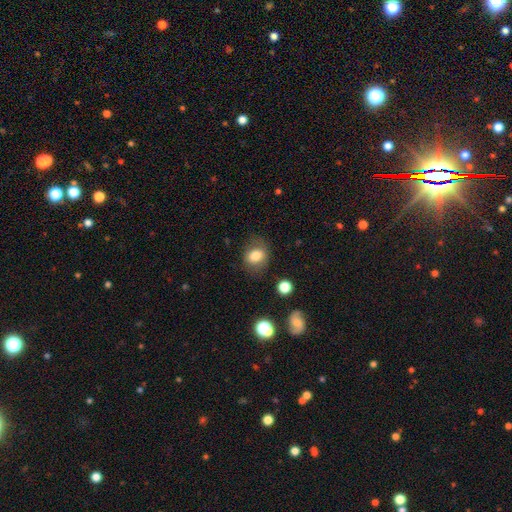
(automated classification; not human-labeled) Smooth or featured?
  - smooth: 79% *
  - featured or disk: 11%
  - star or artifact: 10%
How rounded?
  - round: 51% *
  - in between: 48%
  - cigar-shaped: 1%
Merging?
  - none: 74% *
  - minor disturbance: 17%
  - major disturbance: 7%
  - merger: 2%